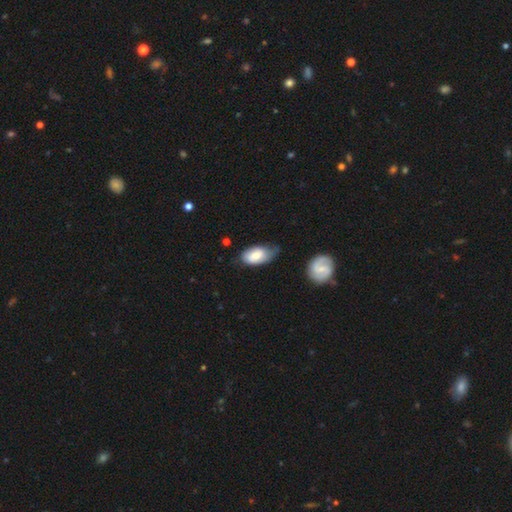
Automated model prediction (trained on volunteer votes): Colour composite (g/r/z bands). It shows a smooth galaxy with no disk features (70%) that is in between round and cigar-shaped (92%). Merging: minor disturbance (42%).